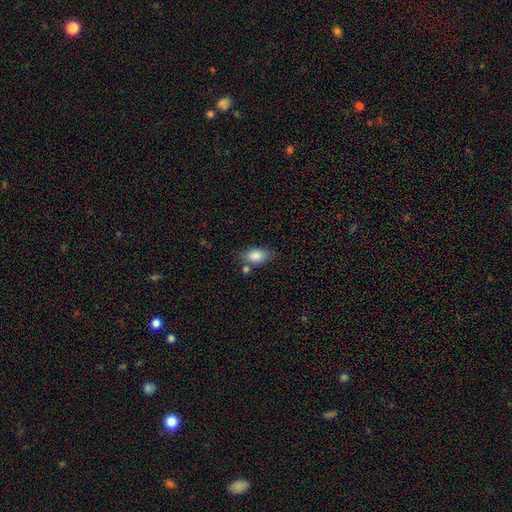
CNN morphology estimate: smooth-or-featured: smooth: 86% | star or artifact: 8% | featured or disk: 6%
  how-rounded: in between: 86% | round: 11% | cigar-shaped: 3%
  merging: none: 66% | minor disturbance: 18% | merger: 12% | major disturbance: 5%